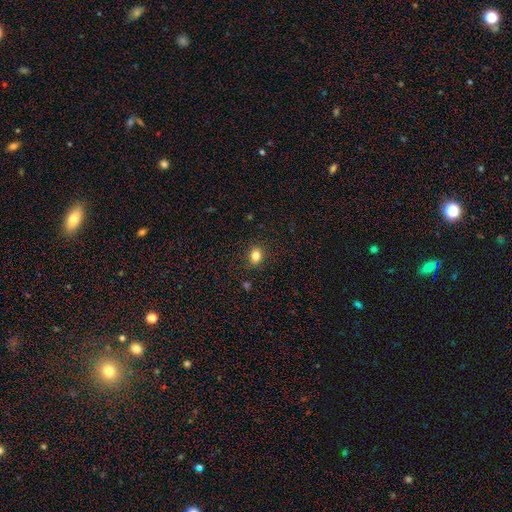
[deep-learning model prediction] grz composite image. It shows a smooth galaxy with no disk features (82%) that is round (55%). Merging: none (88%).